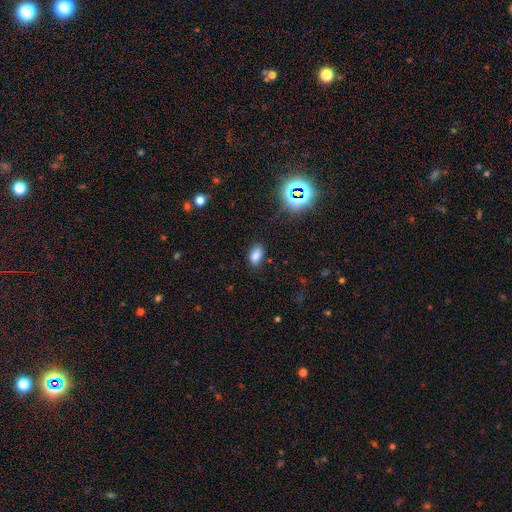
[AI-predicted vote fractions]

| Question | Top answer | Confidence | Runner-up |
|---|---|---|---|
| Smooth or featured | smooth | 80% | star or artifact (14%) |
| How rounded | in between | 90% | round (7%) |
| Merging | none | 83% | minor disturbance (12%) |